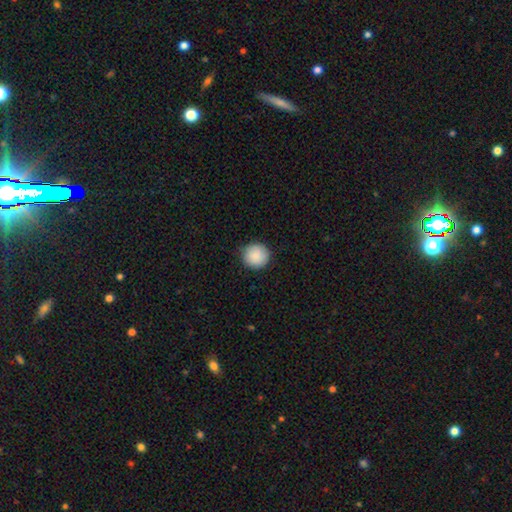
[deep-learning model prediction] smooth 88%, star or artifact 6%, featured or disk 5%. Down the decision tree: how rounded — round (95%); merging — none (89%).